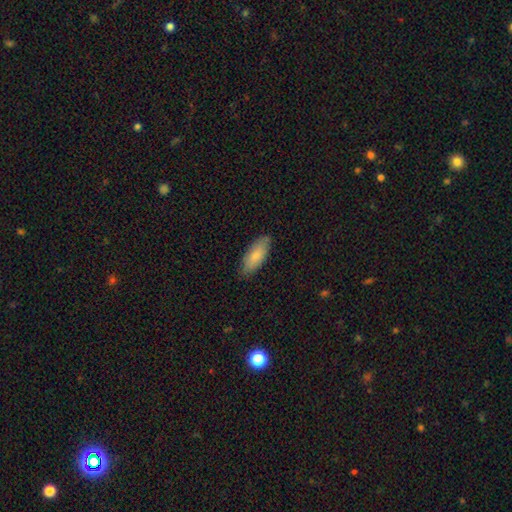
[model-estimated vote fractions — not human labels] A smooth galaxy with no disk features (83%) that is in between round and cigar-shaped (80%). Merging: none (85%).